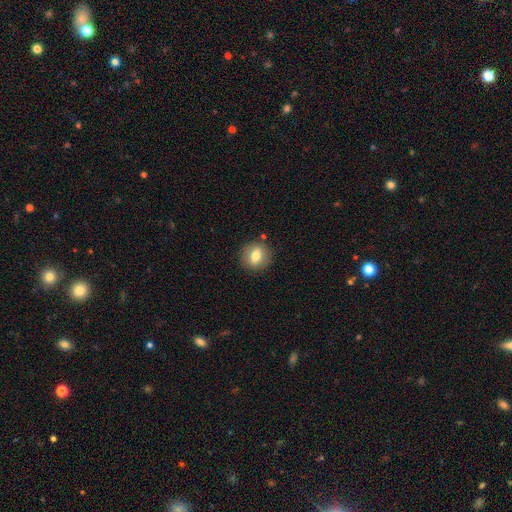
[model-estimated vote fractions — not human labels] A smooth galaxy with no disk features (72%) that is round (74%).

Vote fractions:
- Smooth or featured? smooth: 72% / featured or disk: 19% / star or artifact: 9%
- How rounded? round: 74% / in between: 25% / cigar-shaped: 1%
- Merging? none: 87% / minor disturbance: 8% / major disturbance: 3% / merger: 2%